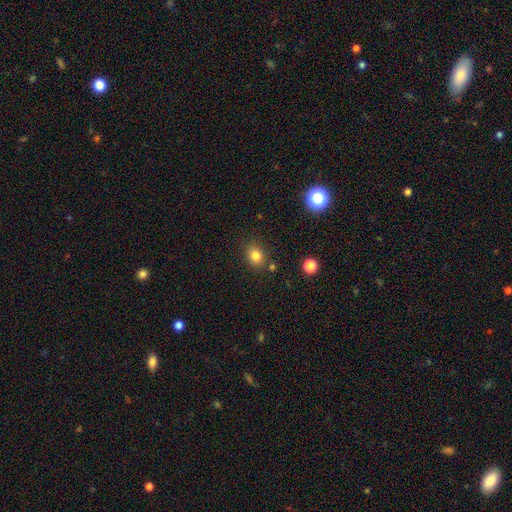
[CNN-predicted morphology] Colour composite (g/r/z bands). It shows a smooth galaxy with no disk features (82%) that is round (60%). Merging: none (81%).